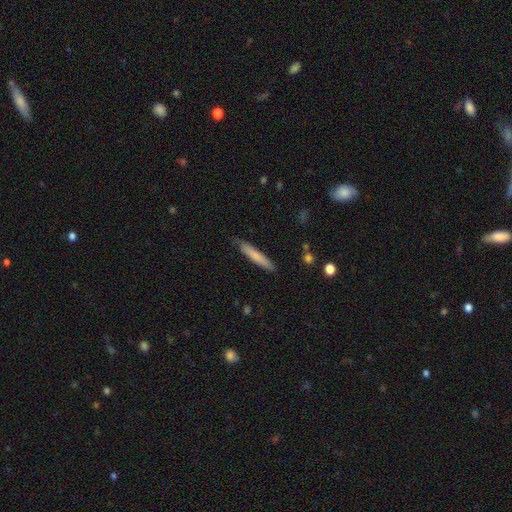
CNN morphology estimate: Q: Smooth or featured?
A: smooth (73%); runner-up: featured or disk (21%)
Q: How rounded?
A: cigar-shaped (93%); runner-up: in between (5%)
Q: Merging?
A: none (81%); runner-up: minor disturbance (15%)